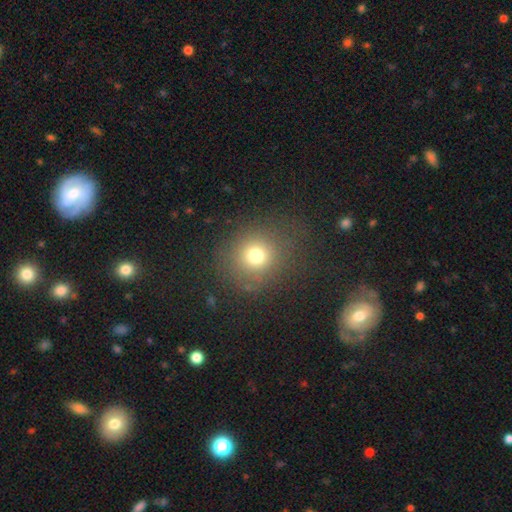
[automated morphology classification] Overall: smooth (72%). How rounded: round (87%). Merging: none (80%).